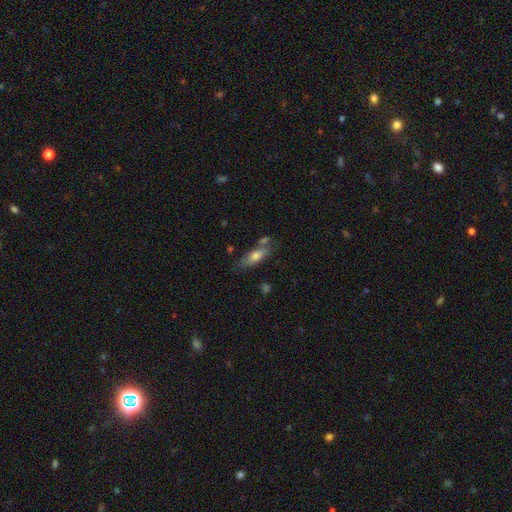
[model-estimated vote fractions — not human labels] Q: Smooth or featured?
A: smooth (70%); runner-up: featured or disk (22%)
Q: How rounded?
A: in between (64%); runner-up: cigar-shaped (33%)
Q: Merging?
A: none (60%); runner-up: minor disturbance (18%)